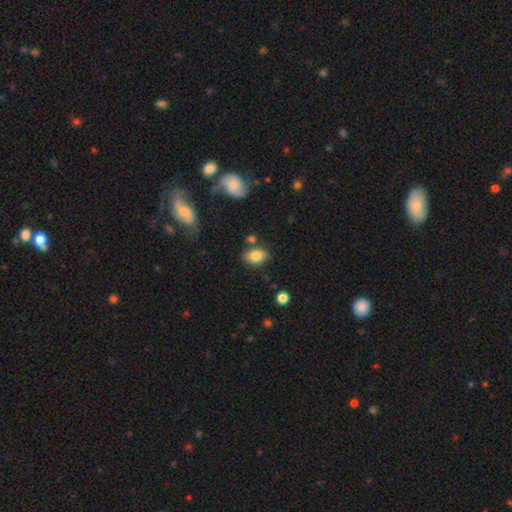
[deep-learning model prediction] Smooth or featured?
  - smooth: 82% *
  - featured or disk: 9%
  - star or artifact: 9%
How rounded?
  - in between: 80% *
  - round: 19%
  - cigar-shaped: 1%
Merging?
  - none: 76% *
  - minor disturbance: 14%
  - merger: 6%
  - major disturbance: 3%